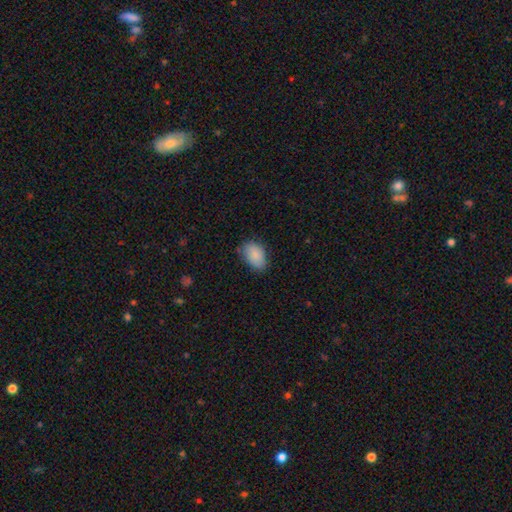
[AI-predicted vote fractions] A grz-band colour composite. It shows a smooth galaxy with no disk features (88%) that is in between round and cigar-shaped (90%). Merging: none (76%).